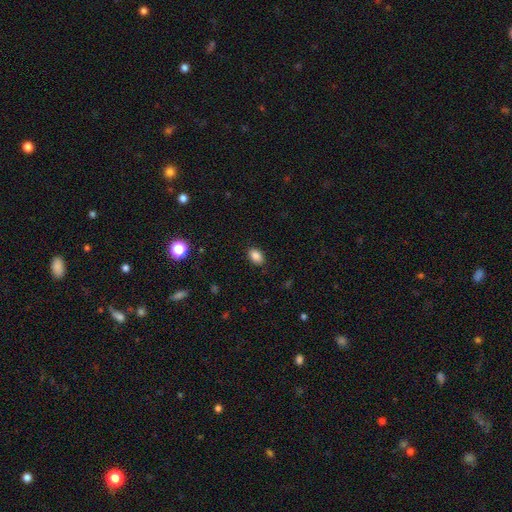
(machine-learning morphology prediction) smooth_or_featured: smooth (p=0.86) [alt: star or artifact p=0.10]
how_rounded: in between (p=0.85) [alt: round p=0.14]
merging: none (p=0.87) [alt: minor disturbance p=0.10]